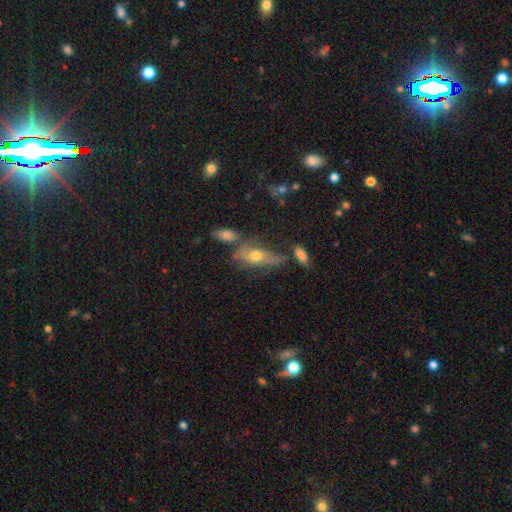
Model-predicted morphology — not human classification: A smooth galaxy with no disk features (54%) that is in between round and cigar-shaped (73%). Merging: none (42%).